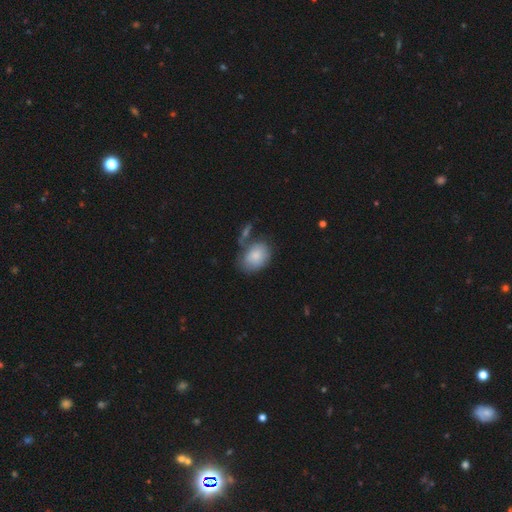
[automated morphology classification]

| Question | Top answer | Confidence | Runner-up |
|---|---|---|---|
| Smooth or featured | smooth | 81% | featured or disk (12%) |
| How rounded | in between | 73% | round (26%) |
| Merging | none | 52% | minor disturbance (22%) |